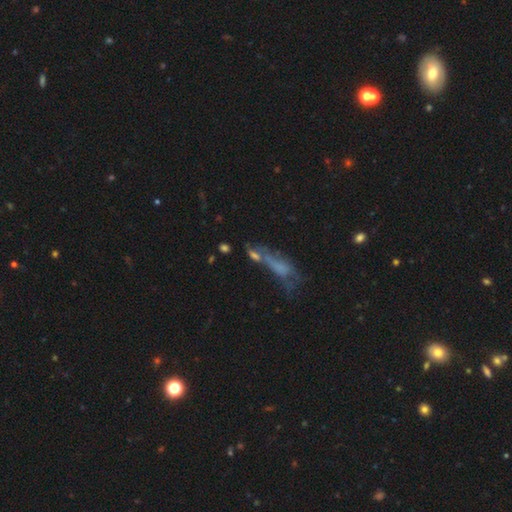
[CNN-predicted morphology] Smooth or featured? Predicted: smooth (p=0.44). Merging? Predicted: merger (p=0.36).